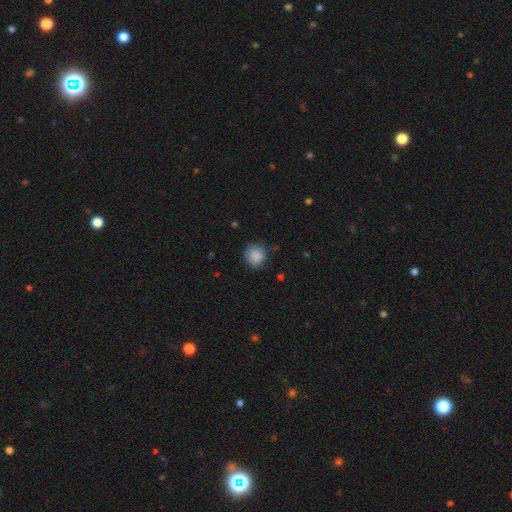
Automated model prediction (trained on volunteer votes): smooth-or-featured: smooth: 88% | star or artifact: 8% | featured or disk: 4%
  how-rounded: round: 89% | in between: 10% | cigar-shaped: 1%
  merging: none: 81% | minor disturbance: 14% | major disturbance: 3% | merger: 1%